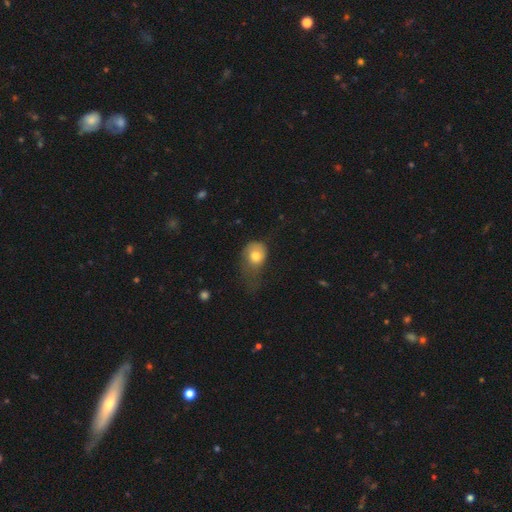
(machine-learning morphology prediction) The model was most divided on "how rounded": in between: 50%, round: 48%, cigar-shaped: 1%. Remaining: smooth or featured — smooth (75%); merging — major disturbance (44%).